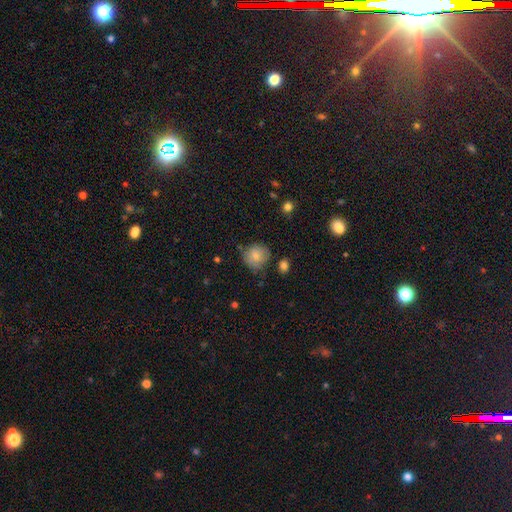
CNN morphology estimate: smooth 82%, featured or disk 10%, star or artifact 9%. Down the decision tree: how rounded — round (82%); merging — none (66%).